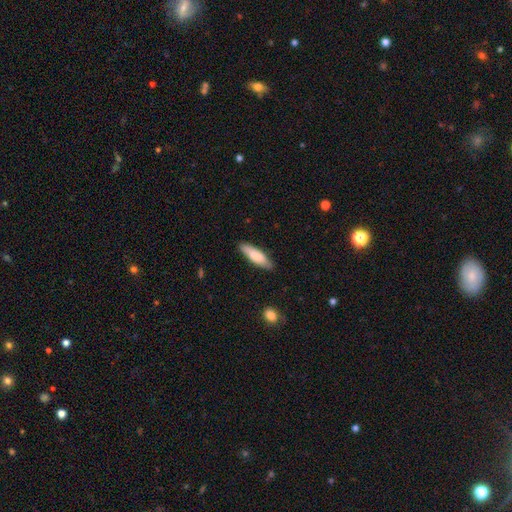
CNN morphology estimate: Smooth or featured? Predicted: smooth (p=0.78). How rounded? Predicted: cigar-shaped (p=0.61). Merging? Predicted: none (p=0.84).